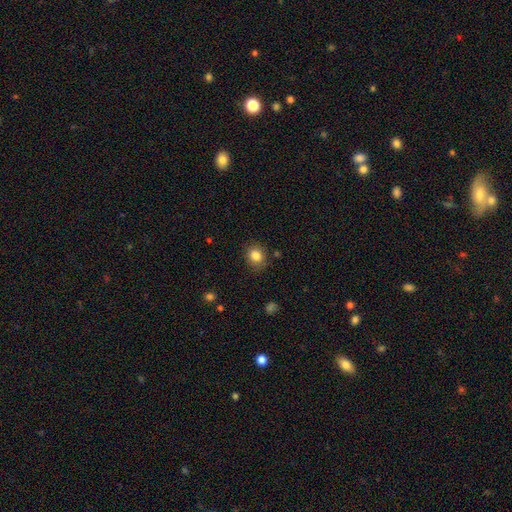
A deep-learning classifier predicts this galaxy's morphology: smooth-or-featured: smooth: 84% | star or artifact: 10% | featured or disk: 6%
  how-rounded: round: 70% | in between: 29% | cigar-shaped: 1%
  merging: none: 83% | minor disturbance: 12% | major disturbance: 3% | merger: 2%